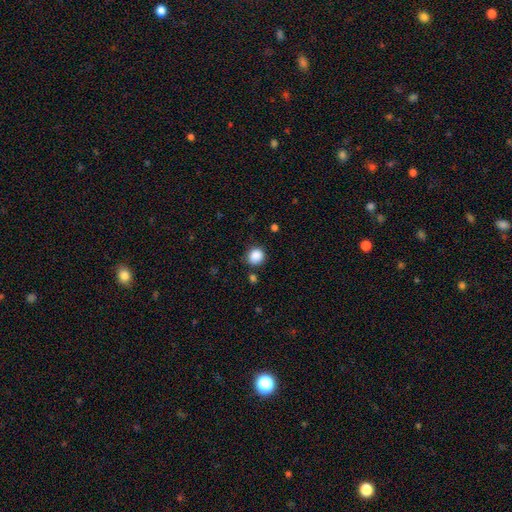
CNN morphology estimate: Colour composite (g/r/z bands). It shows a smooth galaxy with no disk features (88%) that is round (81%). Merging: none (80%).